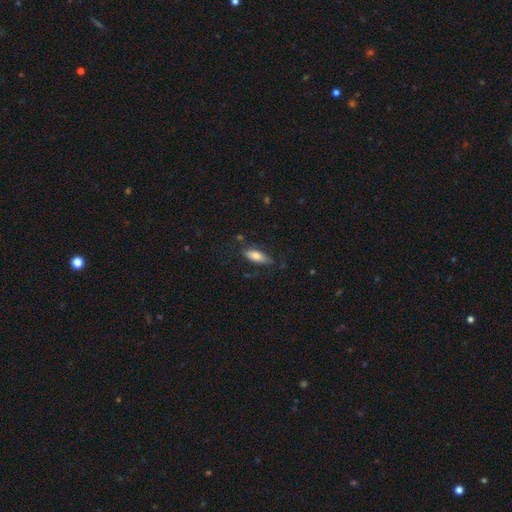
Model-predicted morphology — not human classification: This appears to be a smooth galaxy with no disk features (76%) that is in between round and cigar-shaped (70%). Merging: none (74%).